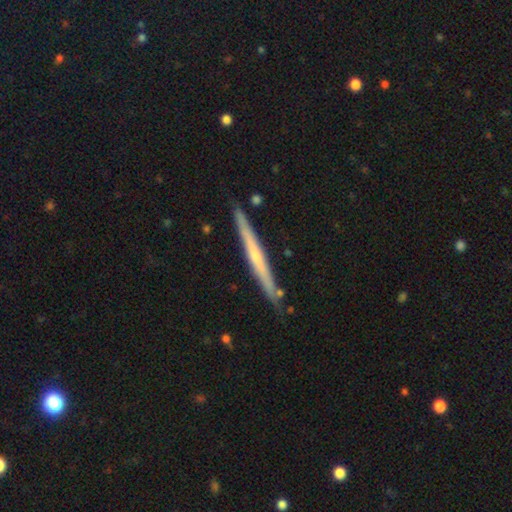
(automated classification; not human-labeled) Smooth or featured? Predicted: featured or disk (p=0.60). Edge-on disk? Predicted: yes (p=0.97). Edge-on bulge? Predicted: none (p=0.56). Merging? Predicted: none (p=0.87).